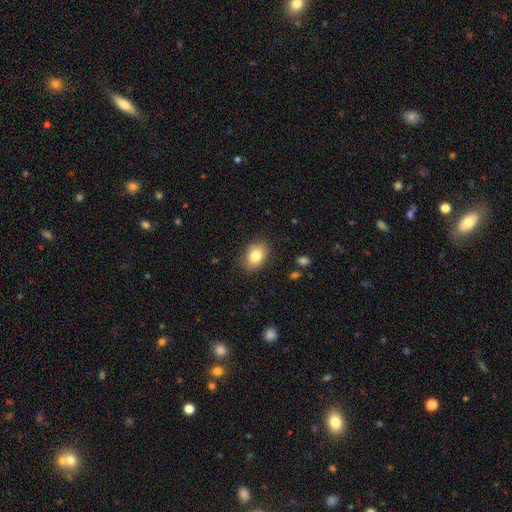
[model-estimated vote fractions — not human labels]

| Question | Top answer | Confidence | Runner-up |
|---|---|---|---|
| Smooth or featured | smooth | 83% | featured or disk (9%) |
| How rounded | in between | 75% | round (24%) |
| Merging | none | 85% | minor disturbance (11%) |